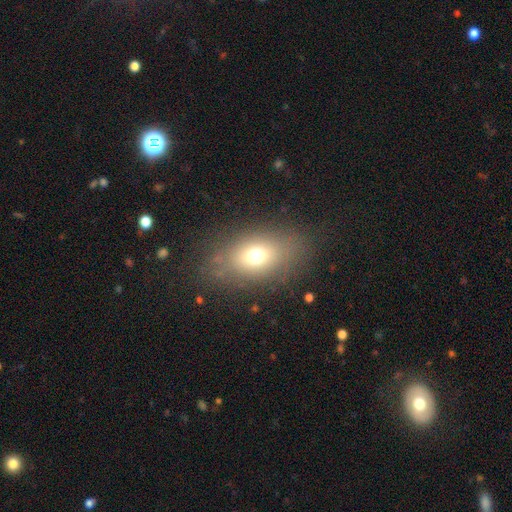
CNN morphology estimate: Smooth or featured: smooth — 68% (featured or disk — 17%)
How rounded: in between — 74% (round — 23%)
Merging: none — 80% (minor disturbance — 12%)